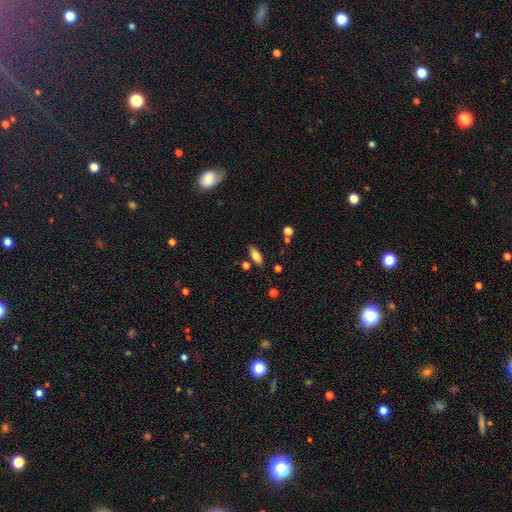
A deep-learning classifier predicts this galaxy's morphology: The model was most divided on "how rounded": in between: 79%, cigar-shaped: 18%, round: 3%. More confident: merging — none (80%); smooth or featured — smooth (78%).